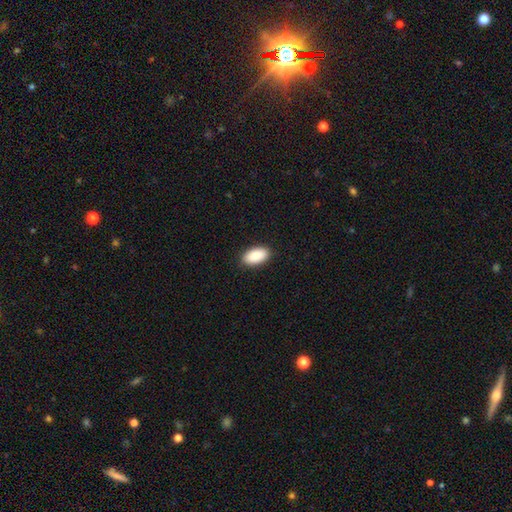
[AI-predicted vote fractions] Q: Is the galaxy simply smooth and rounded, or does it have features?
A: smooth — 91%.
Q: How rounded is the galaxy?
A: in between — 95%.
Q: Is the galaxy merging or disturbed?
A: none — 90%.